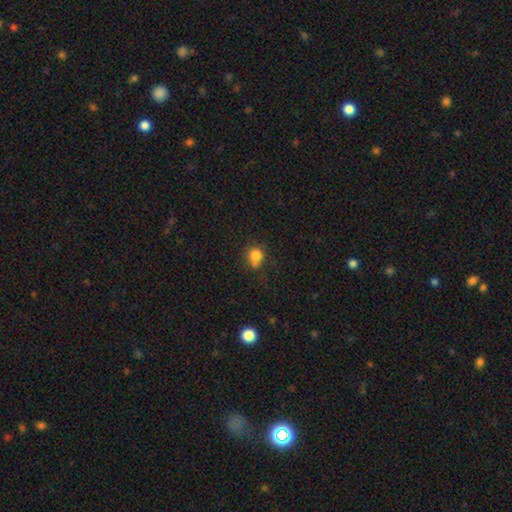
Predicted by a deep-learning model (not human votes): Overall: smooth (78%). How rounded: round (77%). Merging: none (49%; merger 22%).